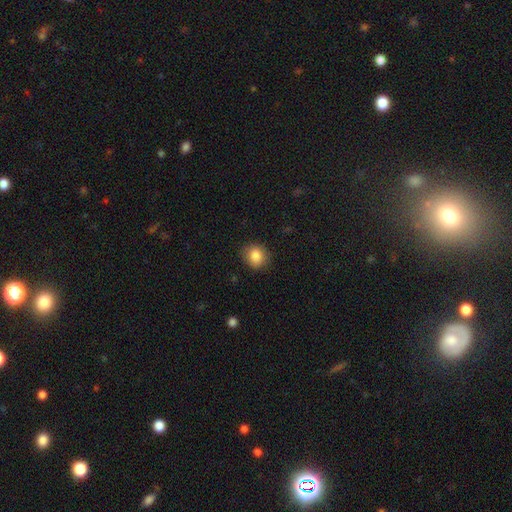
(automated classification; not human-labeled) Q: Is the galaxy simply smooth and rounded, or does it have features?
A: smooth — 86%.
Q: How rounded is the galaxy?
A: round — 80%.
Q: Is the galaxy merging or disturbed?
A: none — 86%.